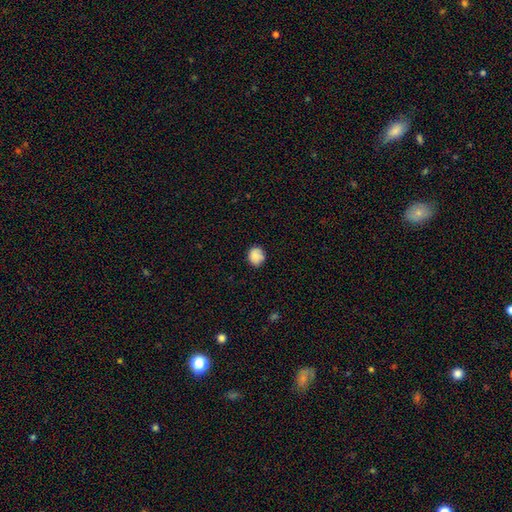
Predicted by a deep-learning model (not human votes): The model was most divided on "how rounded": round: 71%, in between: 28%, cigar-shaped: 1%. More confident: smooth or featured — smooth (84%); merging — none (77%).